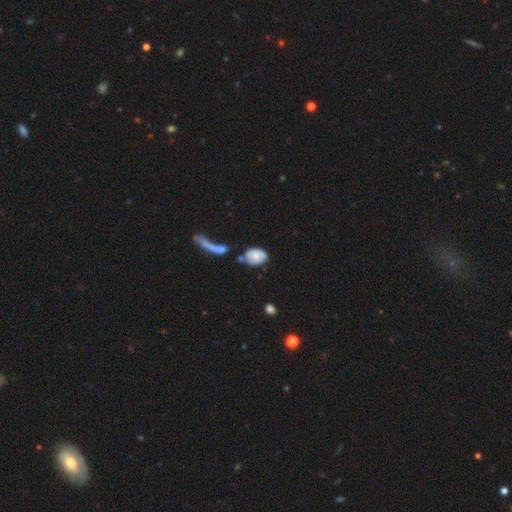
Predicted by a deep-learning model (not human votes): Smooth or featured: smooth — 64% (featured or disk — 28%)
How rounded: in between — 78% (round — 19%)
Merging: none — 41% (merger — 25%)